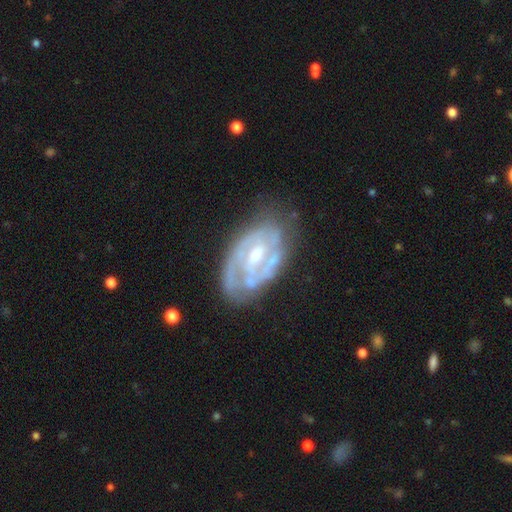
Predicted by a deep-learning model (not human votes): This appears to be a featured or disk galaxy (84%) with a weak bar (49%), 2 (43%) tight (55%) spiral arms (83%) and a moderate central bulge (56%). Merging: none (61%).